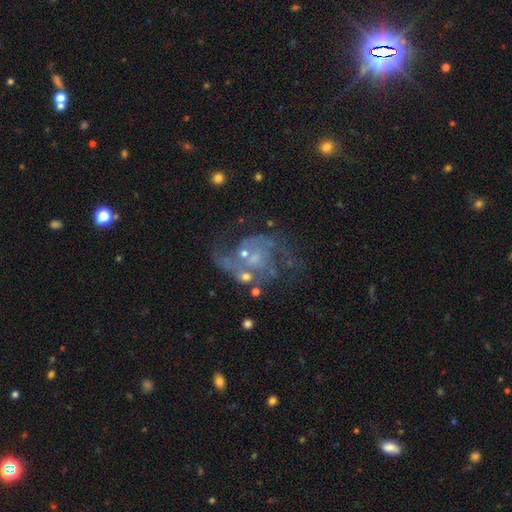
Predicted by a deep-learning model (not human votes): Morphology: type=featured or disk (81%); edge-on=no (98%); bar=no (70%); spiral arms=yes (85%); winding=medium (46%); arm count=2 (65%); bulge=small (56%); merging=none (40%).